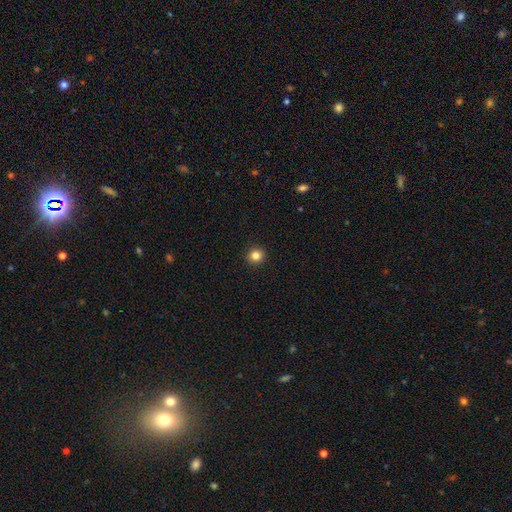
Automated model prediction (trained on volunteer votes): smooth-or-featured: smooth: 83% | star or artifact: 12% | featured or disk: 5%
  how-rounded: round: 90% | in between: 9% | cigar-shaped: 1%
  merging: none: 93% | minor disturbance: 5% | major disturbance: 2% | merger: 1%